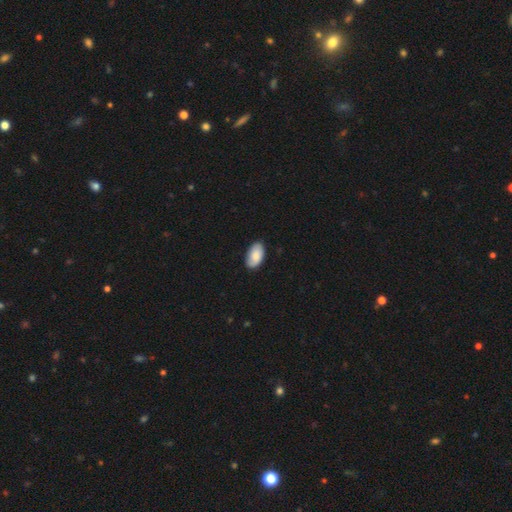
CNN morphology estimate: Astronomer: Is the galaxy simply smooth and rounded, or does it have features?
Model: smooth — 81%.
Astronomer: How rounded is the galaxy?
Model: in between — 95%.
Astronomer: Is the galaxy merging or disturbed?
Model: none — 83%.